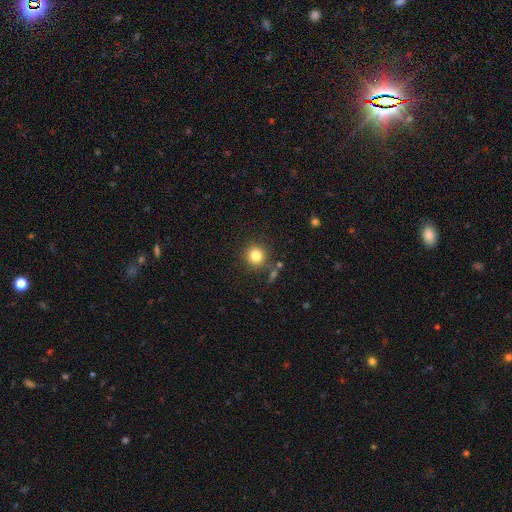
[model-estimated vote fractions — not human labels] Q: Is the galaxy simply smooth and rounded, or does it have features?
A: smooth — 81%.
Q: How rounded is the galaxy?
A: round — 93%.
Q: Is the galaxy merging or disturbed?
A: none — 84%.